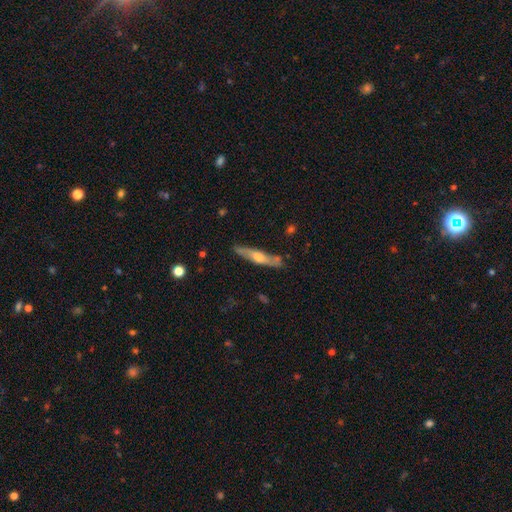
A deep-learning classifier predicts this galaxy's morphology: A featured or disk galaxy (63%) viewed edge-on (87%) with a rounded central bulge (82%).

Vote fractions:
- Smooth or featured? featured or disk: 63% / smooth: 30% / star or artifact: 6%
- Edge-on disk? yes: 87% / no: 13%
- Edge-on bulge? rounded: 82% / none: 10% / boxy: 7%
- Merging? none: 82% / minor disturbance: 13% / major disturbance: 3% / merger: 2%